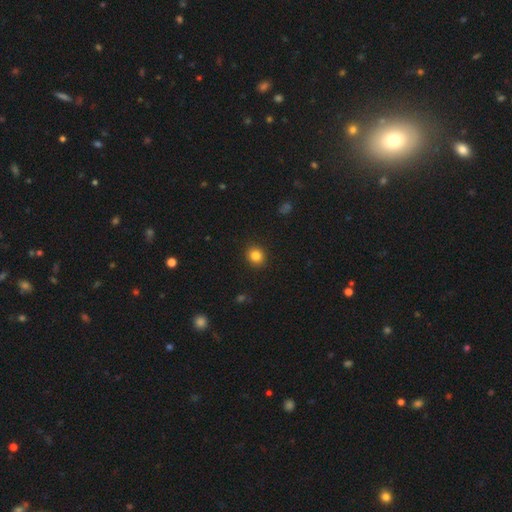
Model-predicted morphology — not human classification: A smooth galaxy with no disk features (84%) that is round (72%). Merging: none (91%).